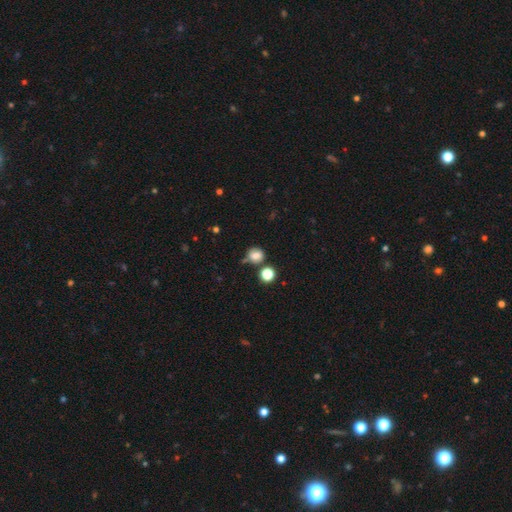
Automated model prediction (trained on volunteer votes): smooth_or_featured: smooth (p=0.77) [alt: star or artifact p=0.13]
how_rounded: round (p=0.79) [alt: in between p=0.20]
merging: none (p=0.61) [alt: minor disturbance p=0.18]